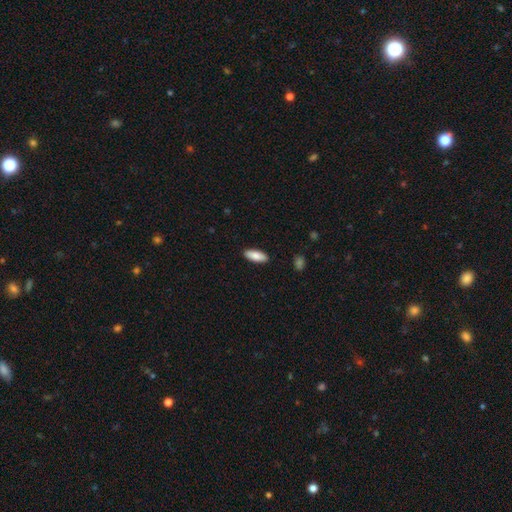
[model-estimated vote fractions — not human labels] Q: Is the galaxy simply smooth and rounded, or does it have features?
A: smooth — 84%.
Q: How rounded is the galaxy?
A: in between — 73%.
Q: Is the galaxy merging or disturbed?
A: none — 90%.